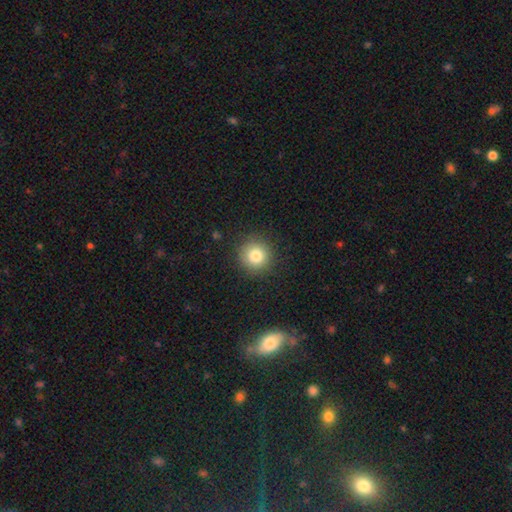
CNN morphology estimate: smooth 81%, star or artifact 11%, featured or disk 7%. Down the decision tree: how rounded — round (94%); merging — none (90%).